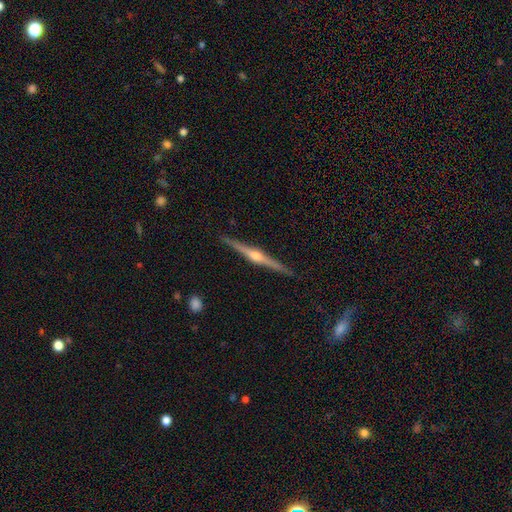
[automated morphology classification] A featured or disk galaxy (86%) viewed edge-on (99%) with a rounded central bulge (93%). Merging: none (92%).